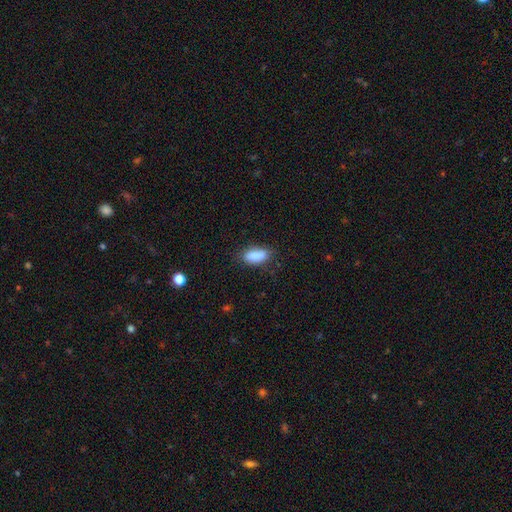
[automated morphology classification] Overall: smooth (88%). How rounded: in between (81%). Merging: none (76%).